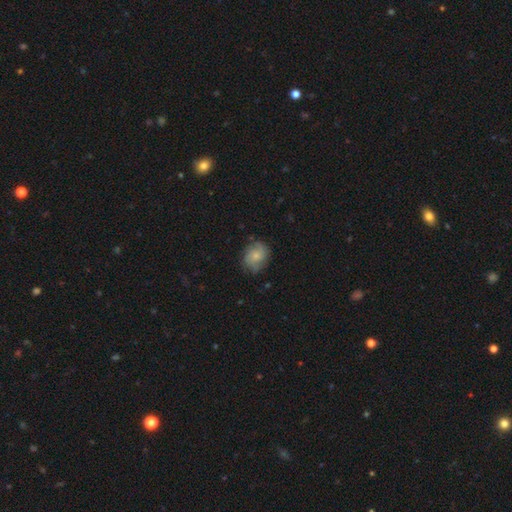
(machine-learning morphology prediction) Smooth or featured? smooth (57%)
How rounded? round (56%)
Merging? none (69%)